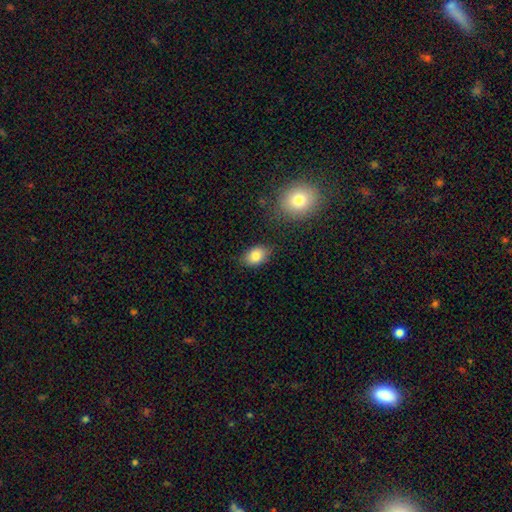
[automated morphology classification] smooth 83%, star or artifact 9%, featured or disk 8%. Down the decision tree: how rounded — in between (83%); merging — none (79%).